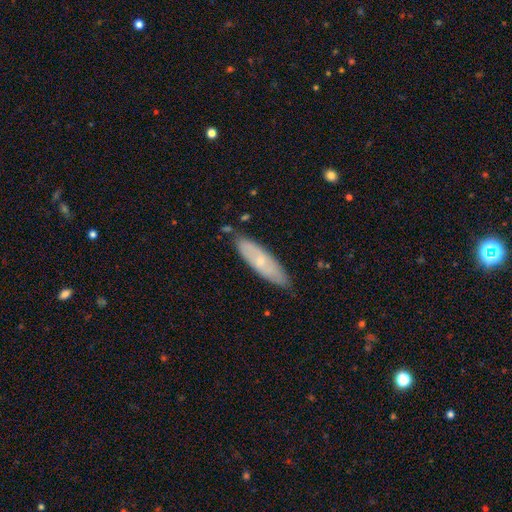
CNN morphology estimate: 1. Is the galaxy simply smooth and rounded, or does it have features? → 45% featured or disk (tied), 45% smooth (tied), 10% star or artifact.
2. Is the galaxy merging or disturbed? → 84% none, 13% minor disturbance, 2% major disturbance, 1% merger.